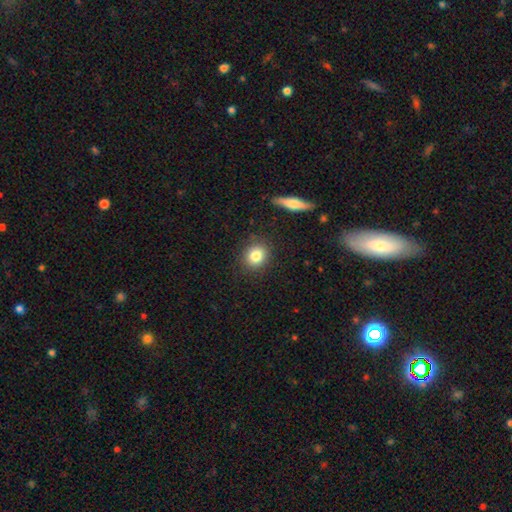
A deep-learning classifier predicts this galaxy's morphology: A smooth galaxy with no disk features (83%) that is round (75%). Merging: none (86%).